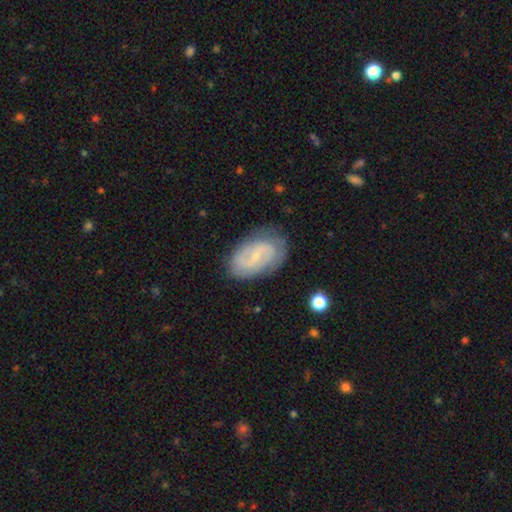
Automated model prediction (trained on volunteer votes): This is likely a featured or disk galaxy (72%). It is clearly not viewed edge-on (96%). Bar: possibly weak (48%). Spiral arm pattern: clearly yes (88%). Spiral arm count: likely 2 (67%). Spiral winding: marginally tight (43%). Central bulge: likely small (78%). Merging: likely none (77%).